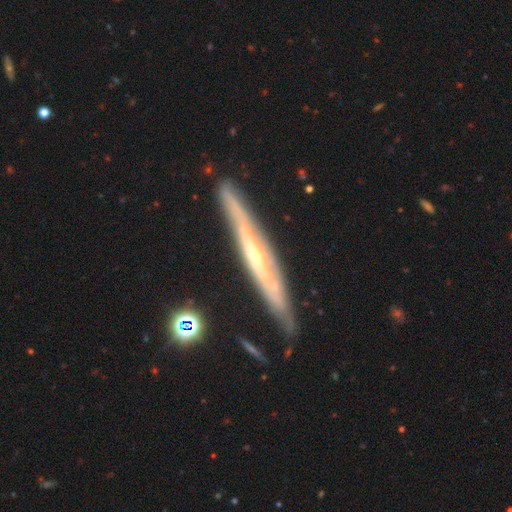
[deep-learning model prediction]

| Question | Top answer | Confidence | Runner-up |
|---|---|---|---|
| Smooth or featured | featured or disk | 80% | smooth (14%) |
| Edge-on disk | yes | 85% | no (15%) |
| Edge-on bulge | rounded | 49% | none (45%) |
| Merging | none | 79% | minor disturbance (16%) |